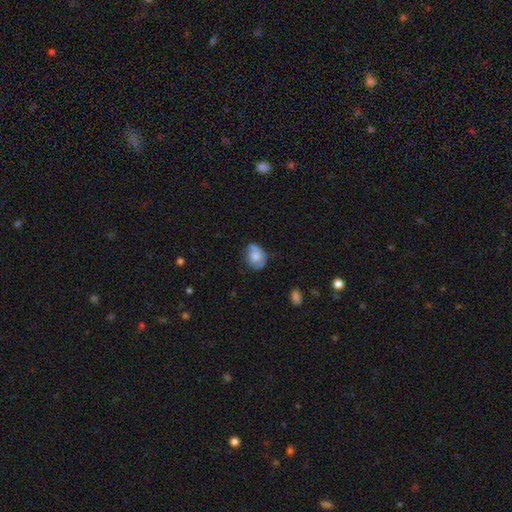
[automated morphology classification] This appears to be a smooth galaxy with no disk features (66%) that is round (54%). Merging: none (48%).